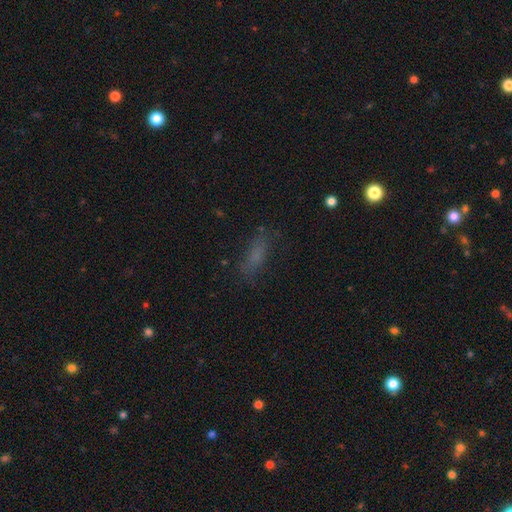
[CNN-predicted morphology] A smooth galaxy with no disk features (67%) that is in between round and cigar-shaped (56%). Merging: none (72%).